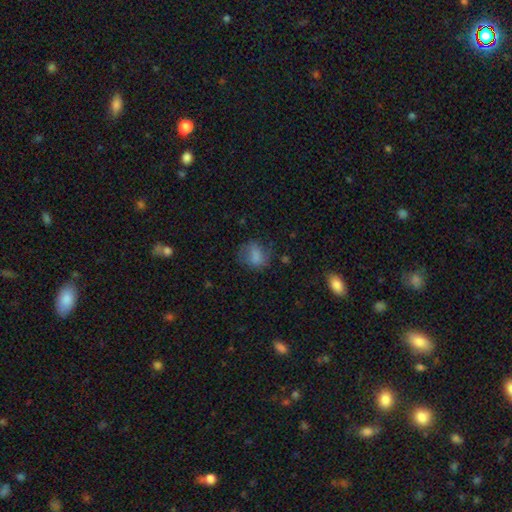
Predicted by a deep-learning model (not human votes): A smooth galaxy with no disk features (74%) that is round (53%). Merging: none (58%).